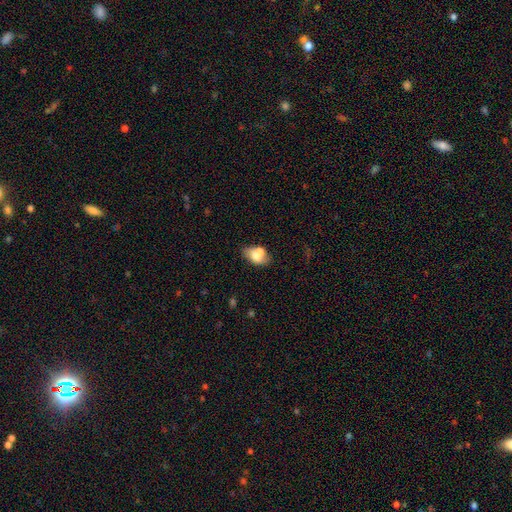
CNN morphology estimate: A smooth galaxy with no disk features (64%) that is in between round and cigar-shaped (83%).

Vote fractions:
- Smooth or featured? smooth: 64% / featured or disk: 27% / star or artifact: 9%
- How rounded? in between: 83% / round: 14% / cigar-shaped: 2%
- Merging? none: 42% / merger: 34% / minor disturbance: 17% / major disturbance: 7%